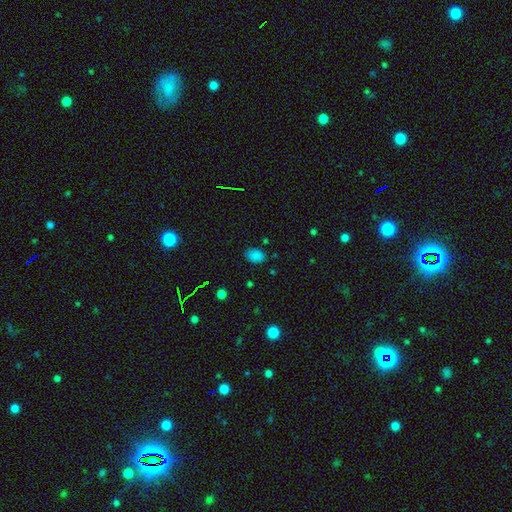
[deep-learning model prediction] smooth 82%, star or artifact 14%, featured or disk 4%. Down the decision tree: how rounded — in between (81%); merging — none (82%).